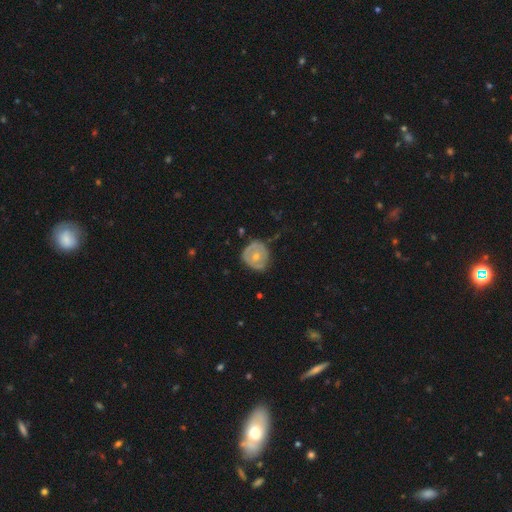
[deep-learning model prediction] smooth_or_featured: featured or disk (p=0.53) [alt: smooth p=0.41]
disk_edge_on: no (p=0.96) [alt: yes p=0.04]
bar: no (p=0.80) [alt: weak p=0.15]
has_spiral_arms: no (p=0.68) [alt: yes p=0.32]
bulge_size: moderate (p=0.57) [alt: small p=0.40]
merging: none (p=0.65) [alt: minor disturbance p=0.27]